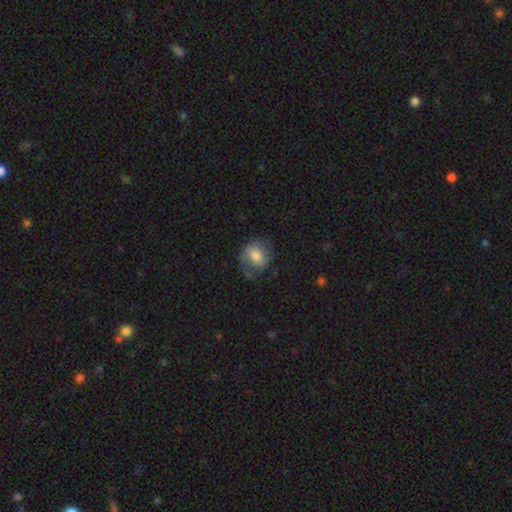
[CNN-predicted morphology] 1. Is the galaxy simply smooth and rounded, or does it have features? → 54% smooth, 37% featured or disk, 9% star or artifact.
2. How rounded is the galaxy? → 68% round, 31% in between, 1% cigar-shaped.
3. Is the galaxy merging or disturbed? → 58% none, 24% minor disturbance, 15% major disturbance, 2% merger.